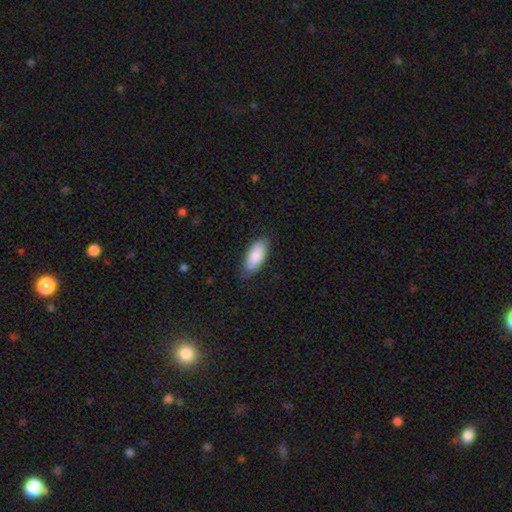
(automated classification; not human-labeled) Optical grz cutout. It shows a smooth galaxy with no disk features (87%) that is in between round and cigar-shaped (85%). Merging: none (82%).